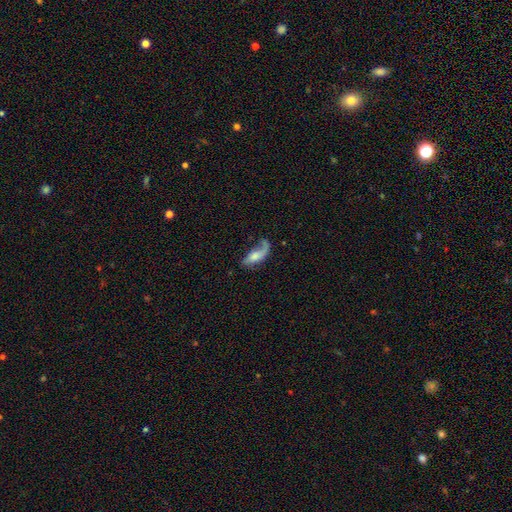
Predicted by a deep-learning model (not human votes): featured or disk 55%, smooth 38%, star or artifact 8%. Down the decision tree: edge-on disk — no (86%); merging — none (38%).